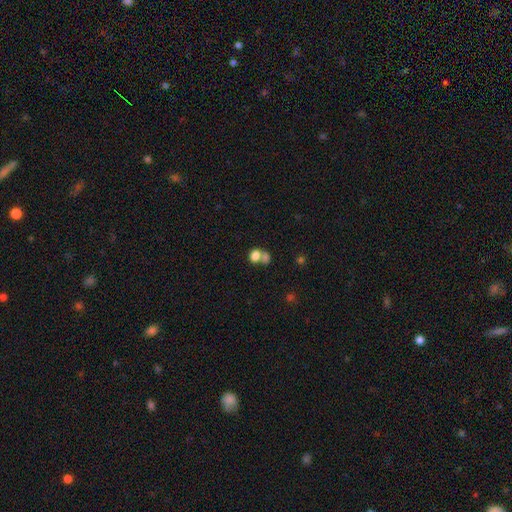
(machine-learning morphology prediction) The model was most divided on "how rounded": in between: 56%, round: 43%, cigar-shaped: 1%. More confident: smooth or featured — smooth (78%); merging — merger (57%).